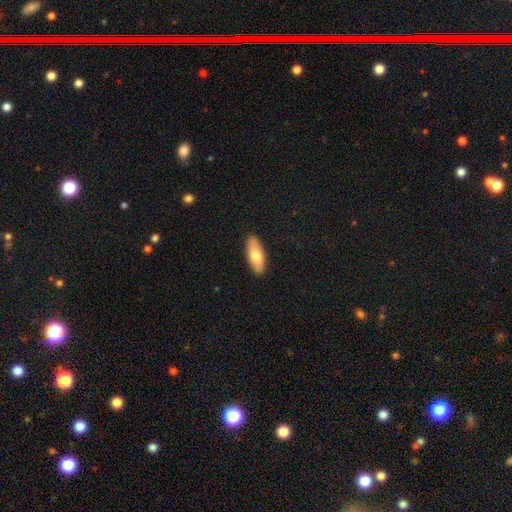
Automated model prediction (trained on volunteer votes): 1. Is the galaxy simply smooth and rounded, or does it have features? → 73% smooth, 22% featured or disk, 6% star or artifact.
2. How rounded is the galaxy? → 70% in between, 28% cigar-shaped, 2% round.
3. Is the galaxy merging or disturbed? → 90% none, 8% minor disturbance, 2% major disturbance, 1% merger.